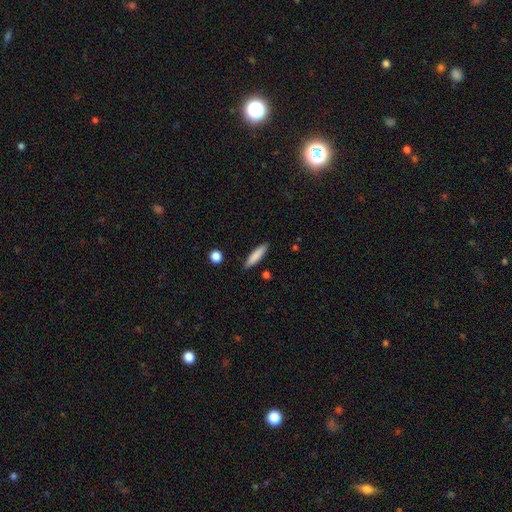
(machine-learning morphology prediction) This is clearly a smooth galaxy (82%). How rounded: likely cigar-shaped (80%). Merging: clearly none (88%).